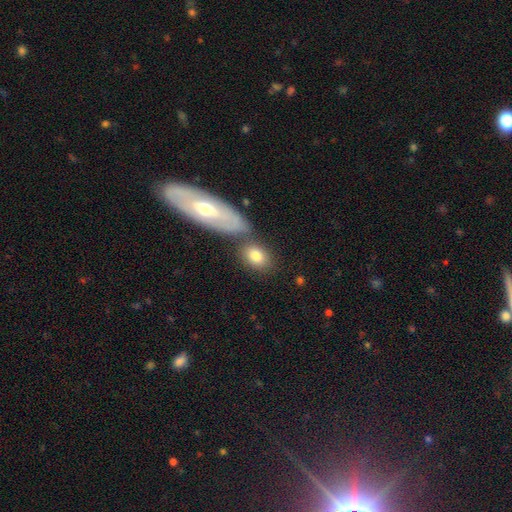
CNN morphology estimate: smooth_or_featured: smooth (p=0.80) [alt: featured or disk p=0.14]
how_rounded: in between (p=0.74) [alt: round p=0.22]
merging: none (p=0.60) [alt: merger p=0.22]